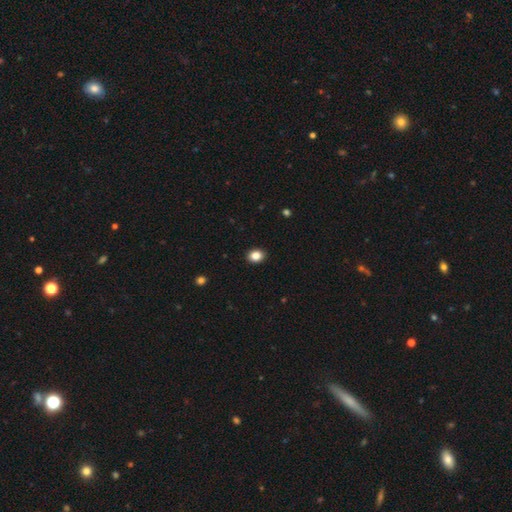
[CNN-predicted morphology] Smooth or featured? Predicted: smooth (p=0.87). How rounded? Predicted: in between (p=0.54). Merging? Predicted: none (p=0.91).